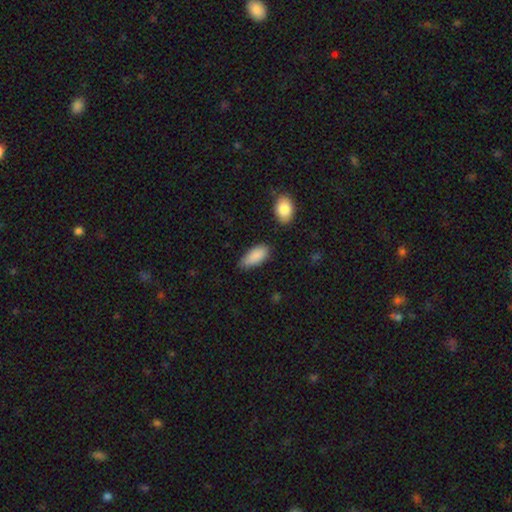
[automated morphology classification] Smooth or featured?
  - smooth: 88% *
  - star or artifact: 7%
  - featured or disk: 5%
How rounded?
  - in between: 88% *
  - cigar-shaped: 10%
  - round: 2%
Merging?
  - none: 66% *
  - minor disturbance: 26%
  - major disturbance: 5%
  - merger: 4%